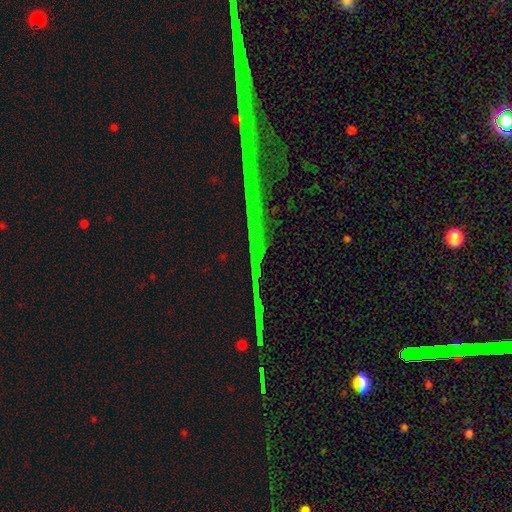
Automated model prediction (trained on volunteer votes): The model was most divided on "smooth or featured": star or artifact: 77%, featured or disk: 12%, smooth: 11%.